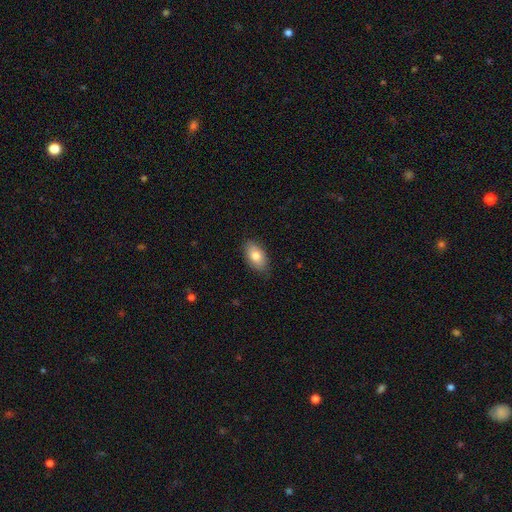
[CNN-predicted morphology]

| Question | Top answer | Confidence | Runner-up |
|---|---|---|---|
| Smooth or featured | smooth | 80% | featured or disk (13%) |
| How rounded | in between | 92% | round (5%) |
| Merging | none | 82% | minor disturbance (15%) |